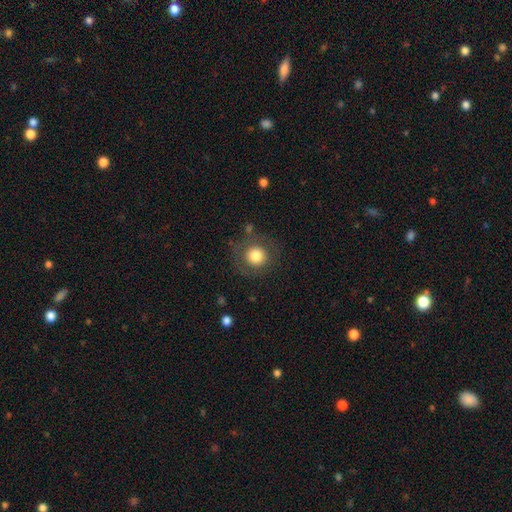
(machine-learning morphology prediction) Q: Smooth or featured?
A: smooth (75%); runner-up: featured or disk (15%)
Q: How rounded?
A: round (93%); runner-up: in between (6%)
Q: Merging?
A: none (80%); runner-up: minor disturbance (11%)